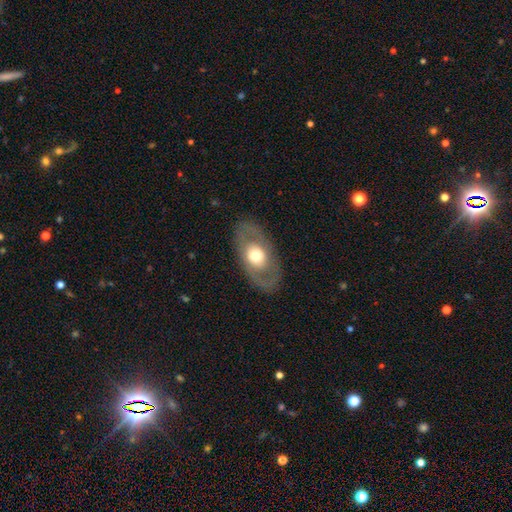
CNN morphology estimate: A featured or disk galaxy (56%).

Vote fractions:
- Smooth or featured? featured or disk: 56% / smooth: 38% / star or artifact: 6%
- Edge-on disk? no: 88% / yes: 12%
- Merging? none: 83% / minor disturbance: 10% / major disturbance: 6% / merger: 1%